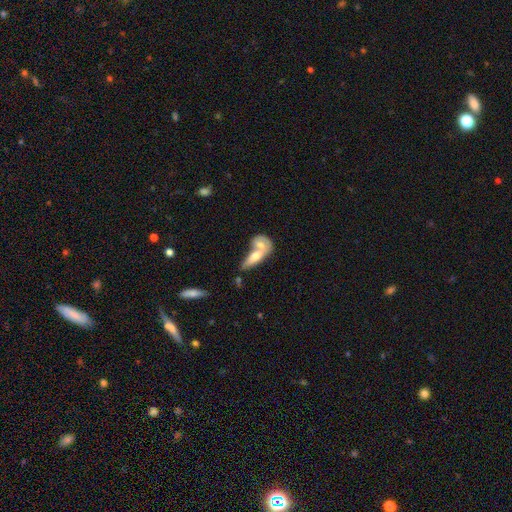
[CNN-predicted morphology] This is possibly a smooth galaxy (59%). How rounded: likely in between (67%). Merging: likely merger (67%).